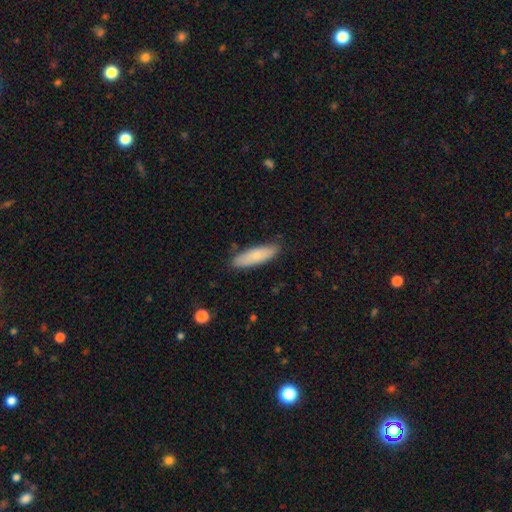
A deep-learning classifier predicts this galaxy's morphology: Q: Smooth or featured?
A: smooth (79%); runner-up: featured or disk (15%)
Q: How rounded?
A: cigar-shaped (58%); runner-up: in between (41%)
Q: Merging?
A: none (83%); runner-up: minor disturbance (13%)